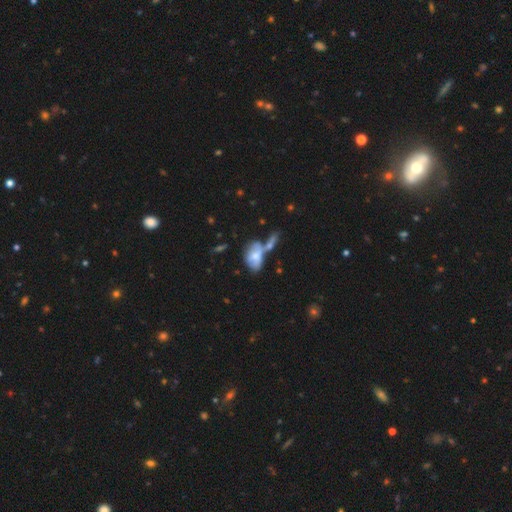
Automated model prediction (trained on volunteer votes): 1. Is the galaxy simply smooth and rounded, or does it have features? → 58% smooth, 34% featured or disk, 9% star or artifact.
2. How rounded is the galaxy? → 87% in between, 9% round, 4% cigar-shaped.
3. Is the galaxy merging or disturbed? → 42% merger, 28% none, 18% minor disturbance, 13% major disturbance.